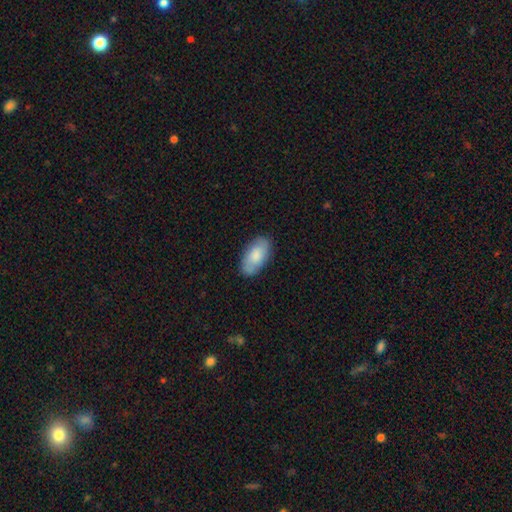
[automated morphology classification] Q: Smooth or featured?
A: smooth (76%); runner-up: featured or disk (18%)
Q: How rounded?
A: in between (94%); runner-up: cigar-shaped (4%)
Q: Merging?
A: none (81%); runner-up: minor disturbance (15%)